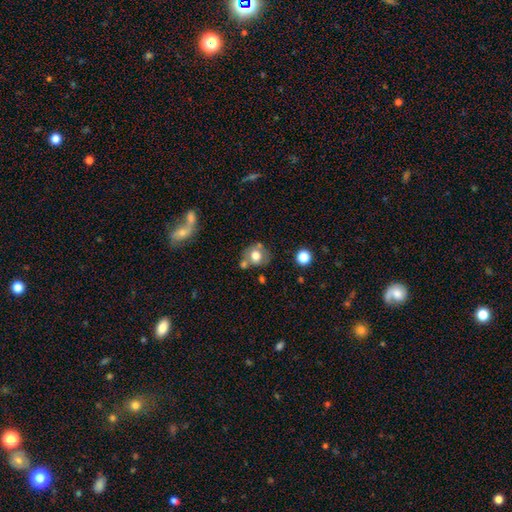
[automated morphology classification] Q: Smooth or featured?
A: smooth (70%); runner-up: featured or disk (20%)
Q: How rounded?
A: round (73%); runner-up: in between (26%)
Q: Merging?
A: none (55%); runner-up: merger (20%)